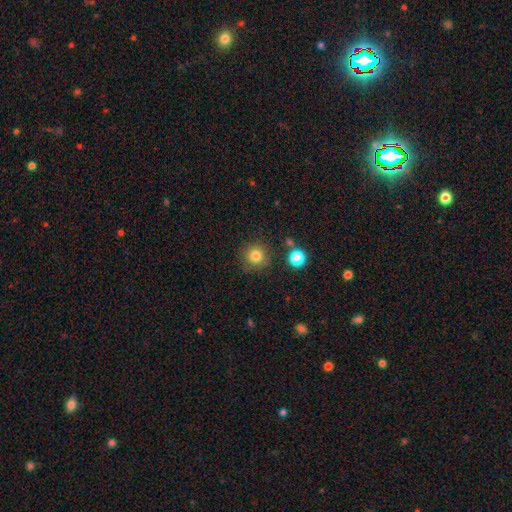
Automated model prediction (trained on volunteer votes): A smooth galaxy with no disk features (81%) that is round (94%).

Vote fractions:
- Smooth or featured? smooth: 81% / star or artifact: 13% / featured or disk: 6%
- How rounded? round: 94% / in between: 5% / cigar-shaped: 1%
- Merging? none: 85% / minor disturbance: 9% / merger: 4% / major disturbance: 3%